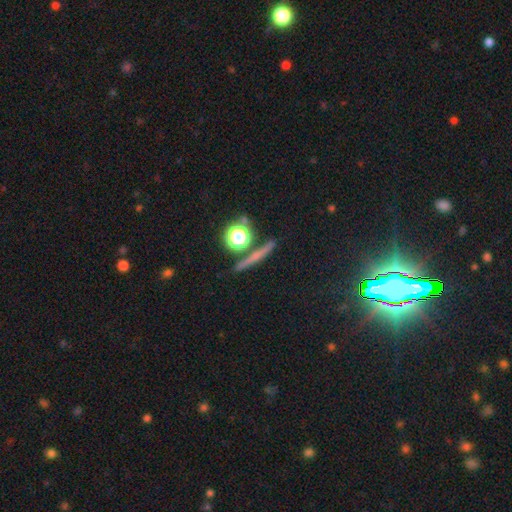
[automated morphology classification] smooth-or-featured: smooth: 44% | featured or disk: 31% | star or artifact: 25%
  merging: none: 83% | minor disturbance: 8% | merger: 5% | major disturbance: 3%